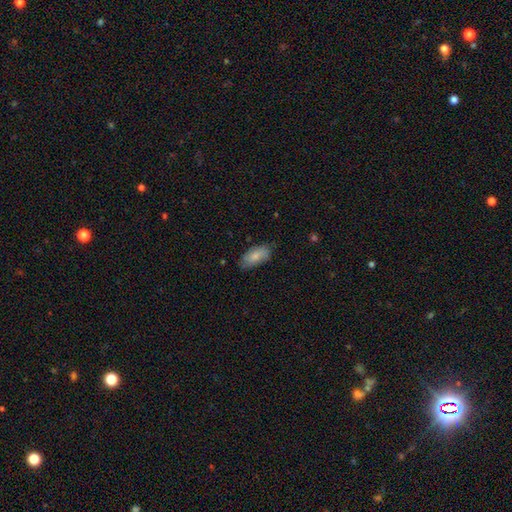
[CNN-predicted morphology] Smooth or featured: smooth — 82% (featured or disk — 12%)
How rounded: in between — 90% (cigar-shaped — 8%)
Merging: none — 77% (minor disturbance — 18%)